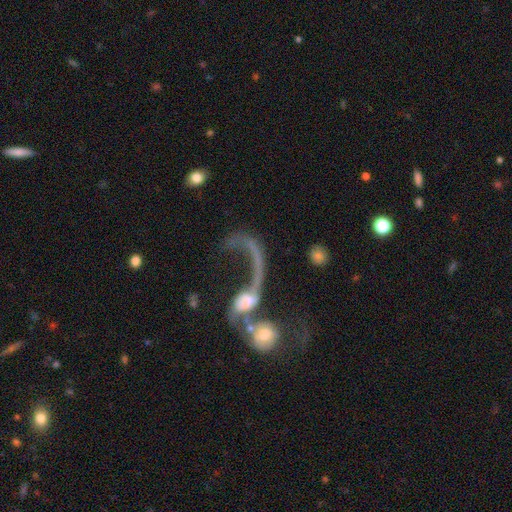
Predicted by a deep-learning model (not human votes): The model was most divided on "bulge size": small: 38%, moderate: 34%, none: 18%, large: 8%, dominant: 3%. More confident: edge-on disk — no (92%); spiral arms — yes (76%); smooth or featured — featured or disk (71%); bar — no (61%); merging — merger (51%).